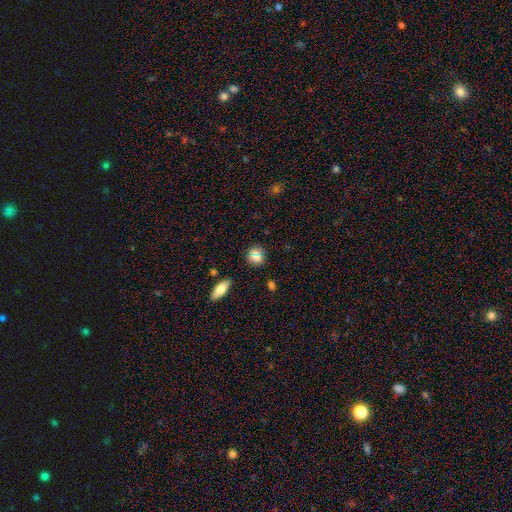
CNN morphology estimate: This is likely a smooth galaxy (73%). How rounded: clearly round (82%). Merging: likely none (79%).